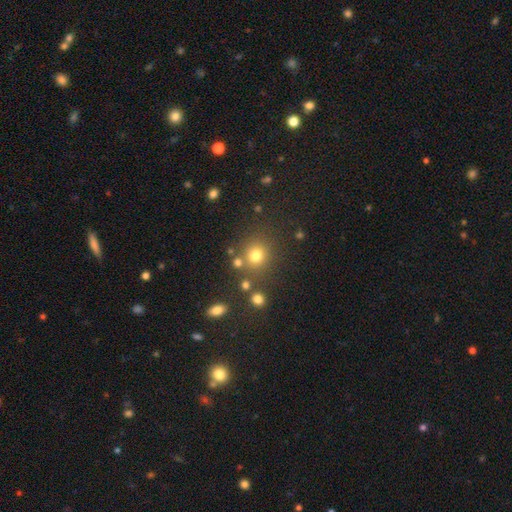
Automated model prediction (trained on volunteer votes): A smooth galaxy with no disk features (75%) that is round (86%). Merging: none (76%).